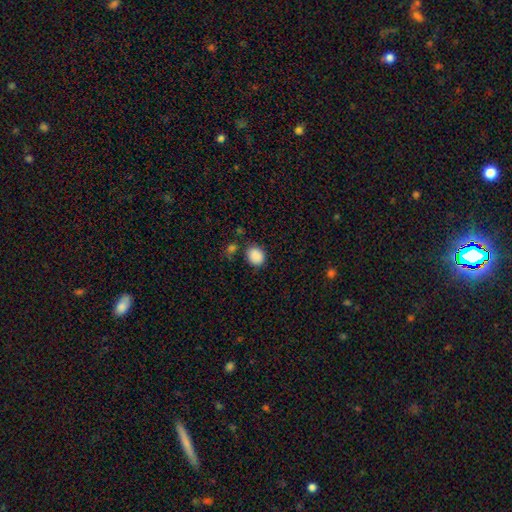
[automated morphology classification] Q: Smooth or featured?
A: smooth (88%); runner-up: star or artifact (9%)
Q: How rounded?
A: round (57%); runner-up: in between (42%)
Q: Merging?
A: none (74%); runner-up: minor disturbance (16%)